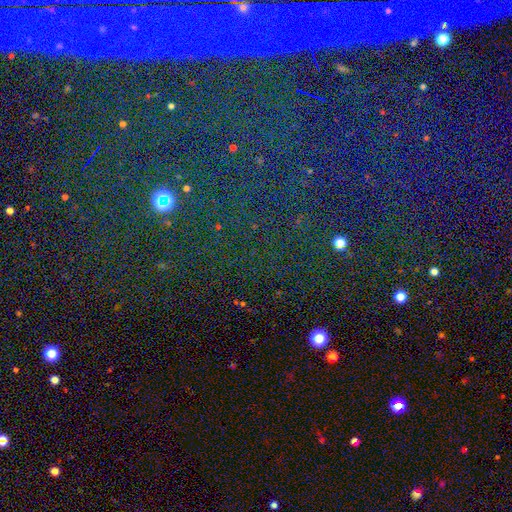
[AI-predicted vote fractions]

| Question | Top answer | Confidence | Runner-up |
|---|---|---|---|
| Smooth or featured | star or artifact | 77% | smooth (12%) |